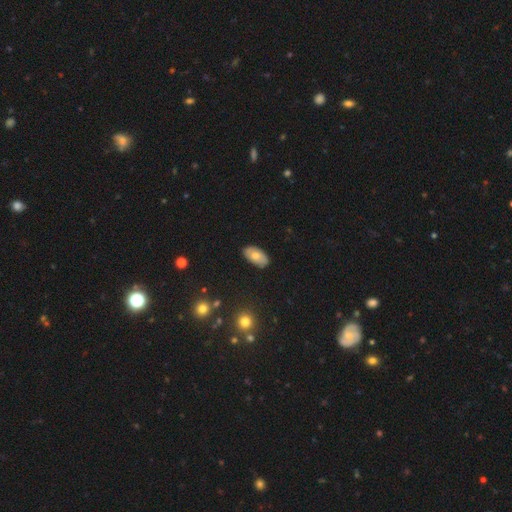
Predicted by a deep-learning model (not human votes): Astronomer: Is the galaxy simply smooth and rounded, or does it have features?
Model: smooth — 68%.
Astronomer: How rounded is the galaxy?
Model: in between — 94%.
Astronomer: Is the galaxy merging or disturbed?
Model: none — 85%.